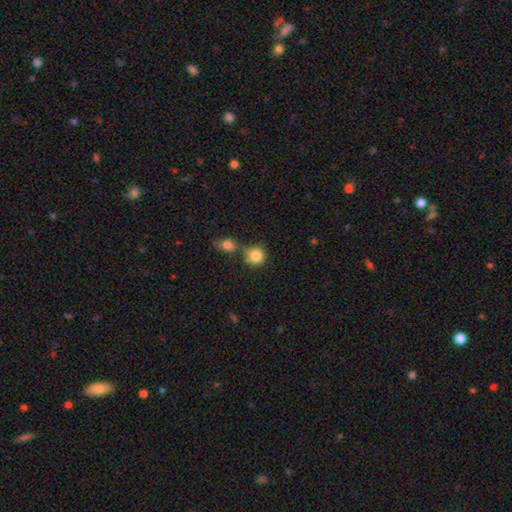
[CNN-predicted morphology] Smooth or featured?
  - smooth: 85% *
  - star or artifact: 9%
  - featured or disk: 6%
How rounded?
  - round: 86% *
  - in between: 12%
  - cigar-shaped: 1%
Merging?
  - none: 59% *
  - merger: 25%
  - minor disturbance: 13%
  - major disturbance: 4%